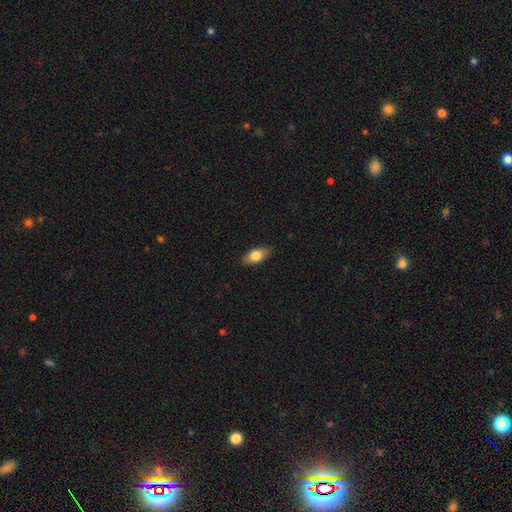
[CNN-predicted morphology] smooth_or_featured: smooth (p=0.76) [alt: featured or disk p=0.18]
how_rounded: in between (p=0.87) [alt: cigar-shaped p=0.08]
merging: none (p=0.86) [alt: minor disturbance p=0.11]